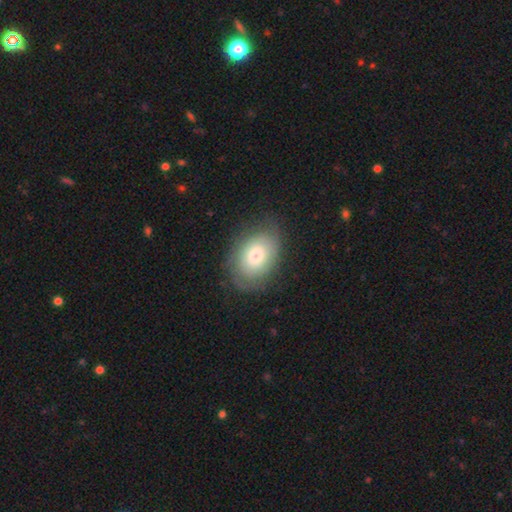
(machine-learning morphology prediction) type=smooth (59%); roundness=in between (77%); merging=none (75%).